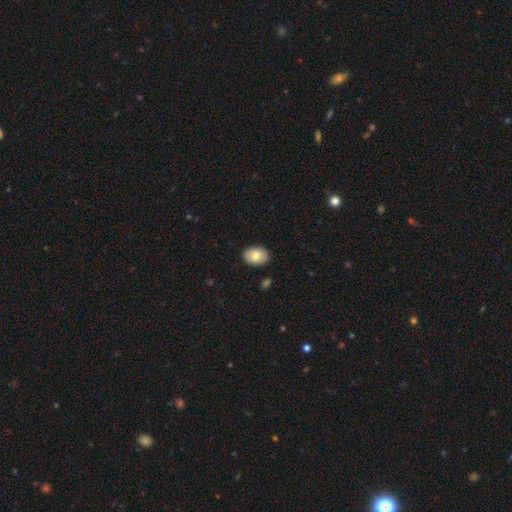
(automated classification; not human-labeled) This appears to be a smooth galaxy with no disk features (74%) that is in between round and cigar-shaped (80%). Merging: none (88%).